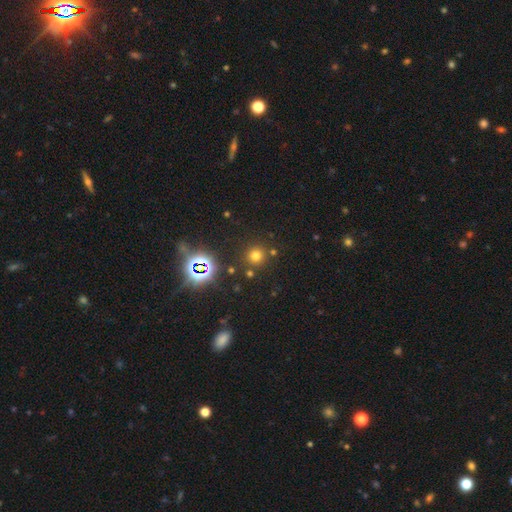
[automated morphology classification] A smooth galaxy with no disk features (65%) that is round (94%). Merging: none (85%).